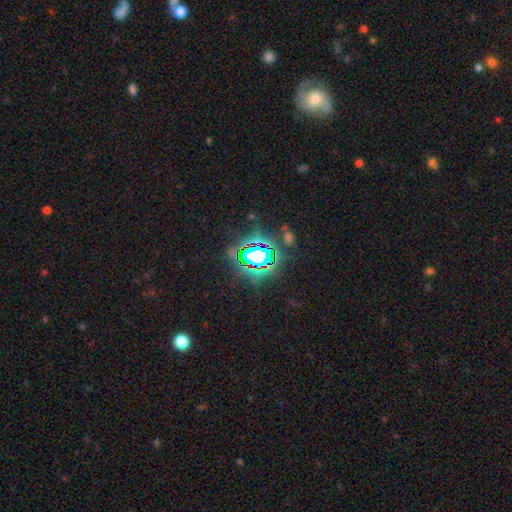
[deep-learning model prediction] The model was most divided on "smooth or featured": star or artifact: 75%, smooth: 14%, featured or disk: 11%.